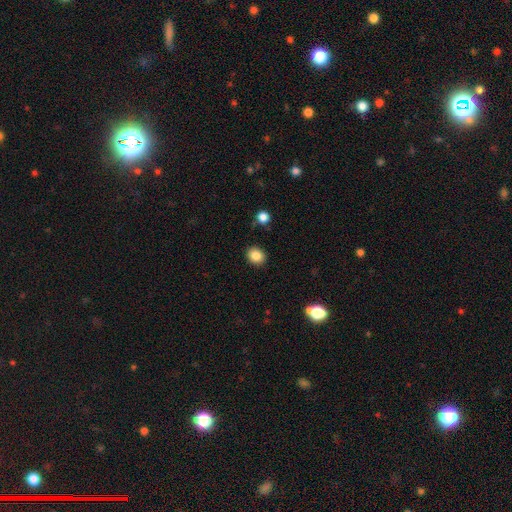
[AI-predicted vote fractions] A smooth galaxy with no disk features (85%) that is round (64%).

Vote fractions:
- Smooth or featured? smooth: 85% / star or artifact: 10% / featured or disk: 5%
- How rounded? round: 64% / in between: 35% / cigar-shaped: 1%
- Merging? none: 89% / minor disturbance: 7% / major disturbance: 2% / merger: 2%